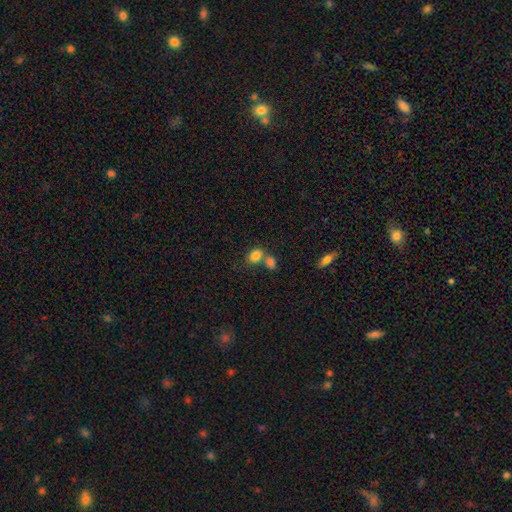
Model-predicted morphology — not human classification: A smooth galaxy with no disk features (83%) that is in between round and cigar-shaped (63%). Merging: none (43%, tied with merger).